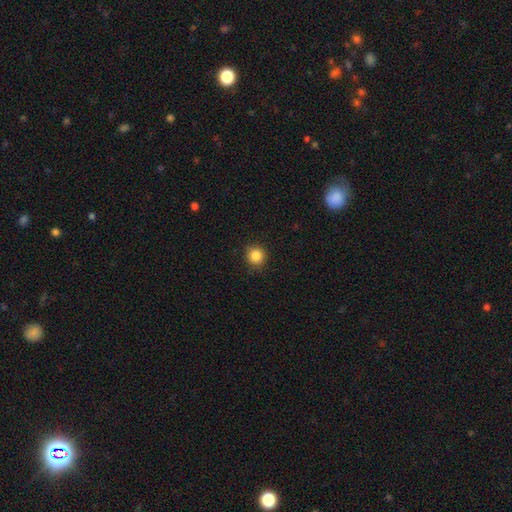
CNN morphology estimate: smooth-or-featured: smooth: 86% | star or artifact: 10% | featured or disk: 4%
  how-rounded: round: 93% | in between: 6% | cigar-shaped: 1%
  merging: none: 90% | minor disturbance: 7% | major disturbance: 2% | merger: 1%